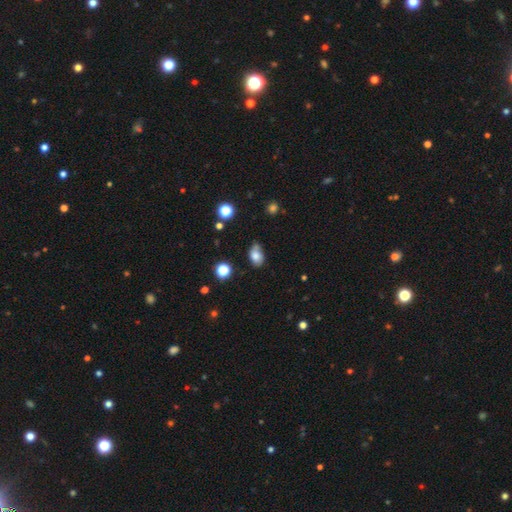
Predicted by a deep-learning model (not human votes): smooth-or-featured: smooth: 74% | featured or disk: 15% | star or artifact: 12%
  how-rounded: in between: 80% | round: 18% | cigar-shaped: 2%
  merging: none: 53% | minor disturbance: 32% | major disturbance: 8% | merger: 7%